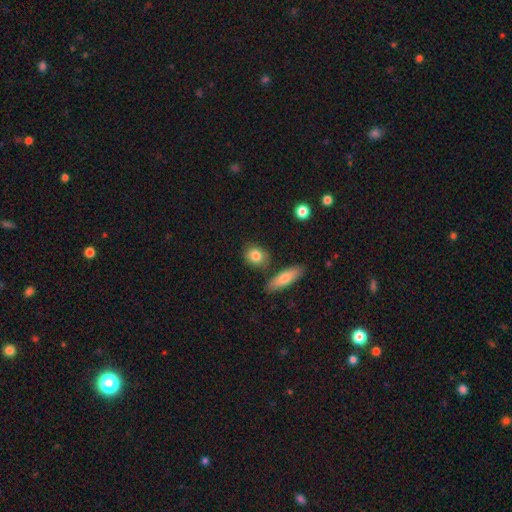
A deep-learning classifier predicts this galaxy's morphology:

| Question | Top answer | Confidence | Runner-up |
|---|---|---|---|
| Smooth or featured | smooth | 84% | featured or disk (9%) |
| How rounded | round | 56% | in between (39%) |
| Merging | none | 77% | minor disturbance (12%) |